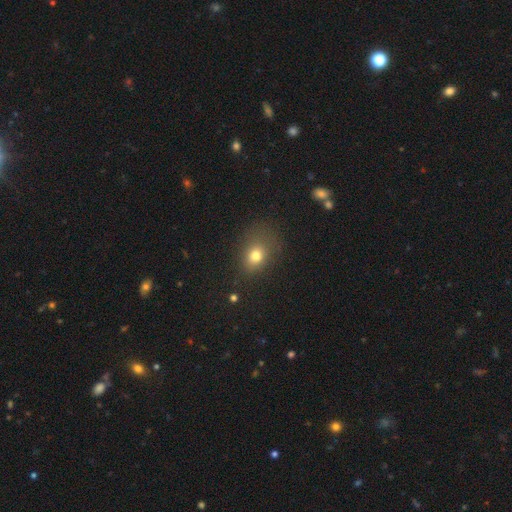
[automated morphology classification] A smooth galaxy with no disk features (74%) that is in between round and cigar-shaped (59%).

Vote fractions:
- Smooth or featured? smooth: 74% / star or artifact: 15% / featured or disk: 11%
- How rounded? in between: 59% / round: 39% / cigar-shaped: 1%
- Merging? none: 60% / minor disturbance: 23% / major disturbance: 14% / merger: 3%